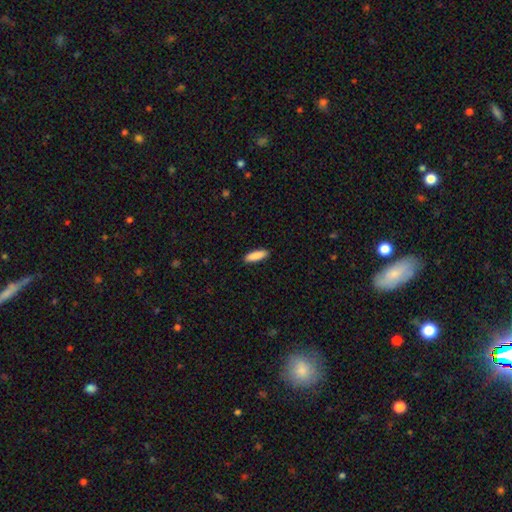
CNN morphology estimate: A smooth galaxy with no disk features (89%) that is cigar-shaped (51%). Merging: none (90%).